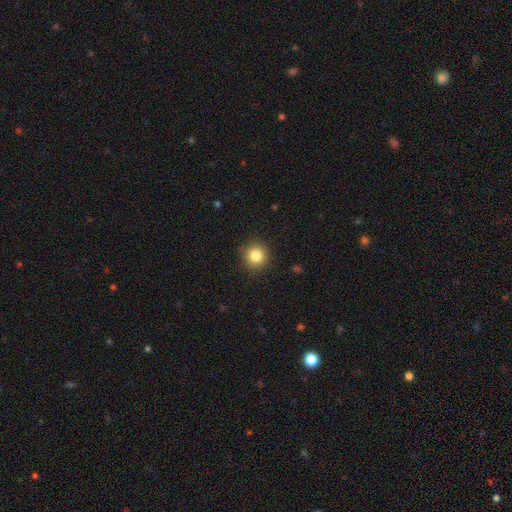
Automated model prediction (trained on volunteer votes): A smooth galaxy with no disk features (84%) that is round (93%).

Vote fractions:
- Smooth or featured? smooth: 84% / star or artifact: 11% / featured or disk: 6%
- How rounded? round: 93% / in between: 6% / cigar-shaped: 1%
- Merging? none: 90% / minor disturbance: 7% / major disturbance: 2% / merger: 1%